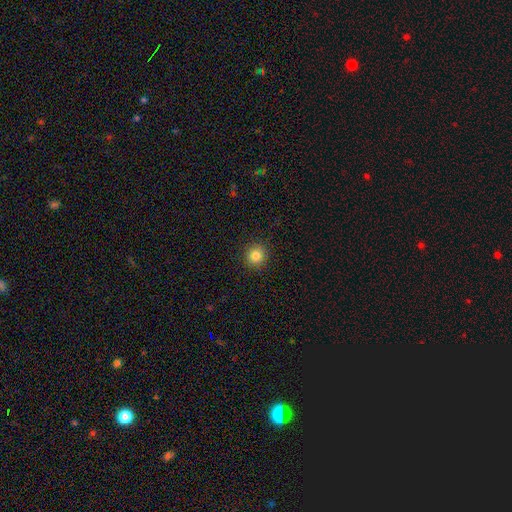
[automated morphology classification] A smooth galaxy with no disk features (84%) that is round (92%).

Vote fractions:
- Smooth or featured? smooth: 84% / star or artifact: 11% / featured or disk: 5%
- How rounded? round: 92% / in between: 7% / cigar-shaped: 1%
- Merging? none: 92% / minor disturbance: 5% / major disturbance: 2% / merger: 1%